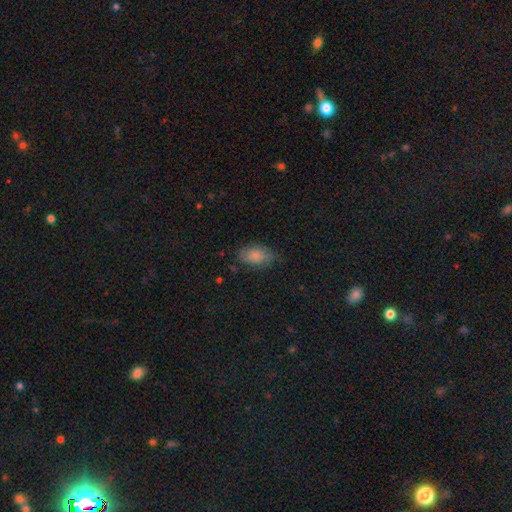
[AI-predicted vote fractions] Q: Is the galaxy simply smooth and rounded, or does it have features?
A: smooth — 78%.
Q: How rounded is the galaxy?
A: in between — 90%.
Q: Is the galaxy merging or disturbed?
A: none — 71%.